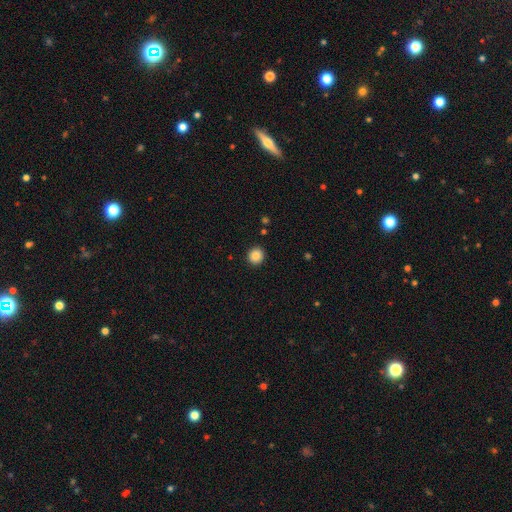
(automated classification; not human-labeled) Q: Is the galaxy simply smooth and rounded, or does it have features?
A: smooth — 86%.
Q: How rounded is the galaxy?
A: round — 93%.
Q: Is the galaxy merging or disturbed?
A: none — 92%.